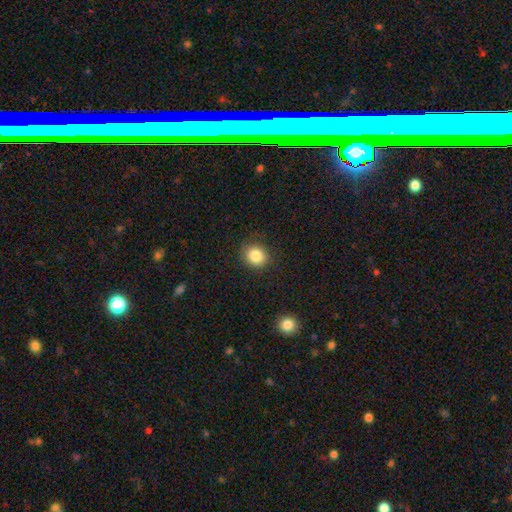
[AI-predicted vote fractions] smooth_or_featured: smooth (p=0.84) [alt: star or artifact p=0.10]
how_rounded: round (p=0.79) [alt: in between p=0.21]
merging: none (p=0.87) [alt: minor disturbance p=0.09]